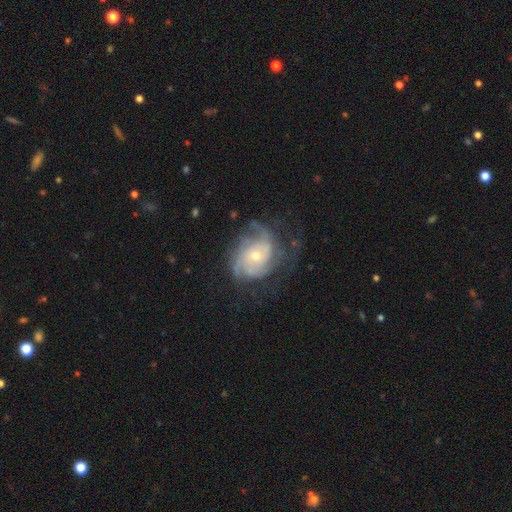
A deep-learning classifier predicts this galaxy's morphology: type=featured or disk (83%); edge-on=no (97%); bar=no (72%); spiral arms=yes (94%); winding=tight (46%); arm count=can't tell (29%); bulge=small (57%); merging=none (60%).